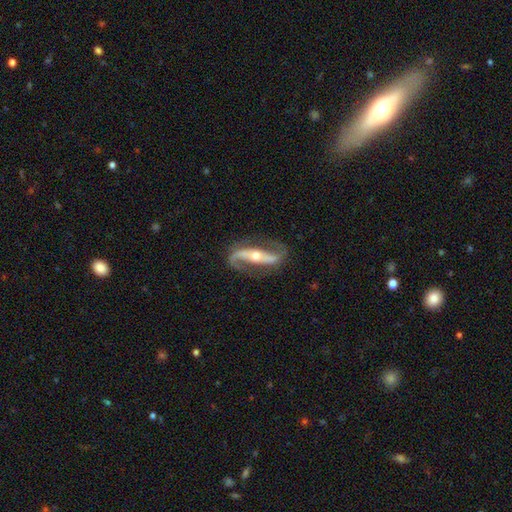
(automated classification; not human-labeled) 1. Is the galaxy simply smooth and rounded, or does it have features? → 89% featured or disk, 6% smooth, 4% star or artifact.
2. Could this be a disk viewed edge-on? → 87% no, 13% yes.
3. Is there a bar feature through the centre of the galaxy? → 58% strong, 24% no, 18% weak.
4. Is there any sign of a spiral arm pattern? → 95% yes, 5% no.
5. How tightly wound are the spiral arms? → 50% loose, 36% medium, 14% tight.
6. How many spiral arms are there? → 91% 2, 4% 1, 2% can't tell, 1% 3, 1% 4, 1% more than 4.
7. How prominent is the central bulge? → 53% moderate, 42% small, 3% large, 1% none, 1% dominant.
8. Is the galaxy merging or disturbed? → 78% none, 13% minor disturbance, 7% major disturbance, 2% merger.